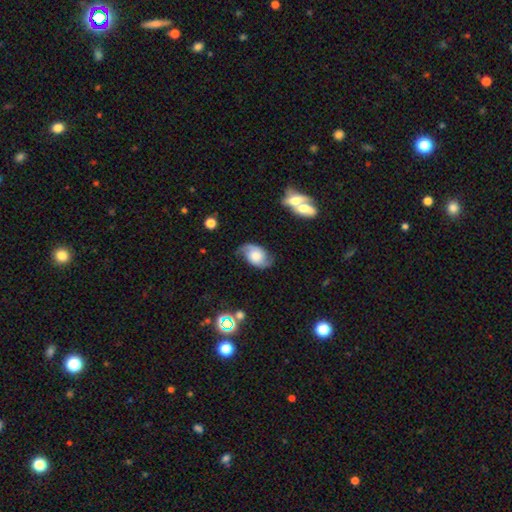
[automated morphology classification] A featured or disk galaxy (68%) with no bar (69%), 2 (86%) medium (43%) spiral arms (92%) and a moderate central bulge (37%). Merging: none (62%).